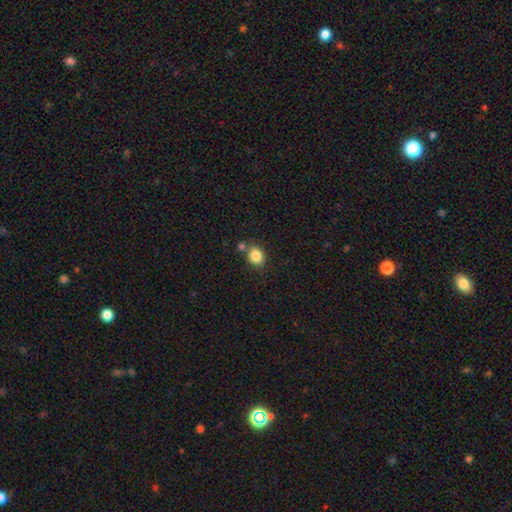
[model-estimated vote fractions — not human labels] This is clearly a smooth galaxy (85%). How rounded: possibly in between (54%). Merging: likely none (67%).